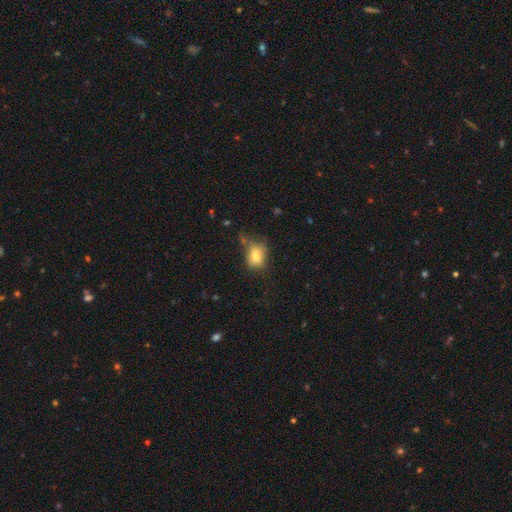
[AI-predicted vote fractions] Q: Smooth or featured?
A: smooth (77%); runner-up: featured or disk (12%)
Q: How rounded?
A: in between (61%); runner-up: round (37%)
Q: Merging?
A: none (55%); runner-up: minor disturbance (28%)